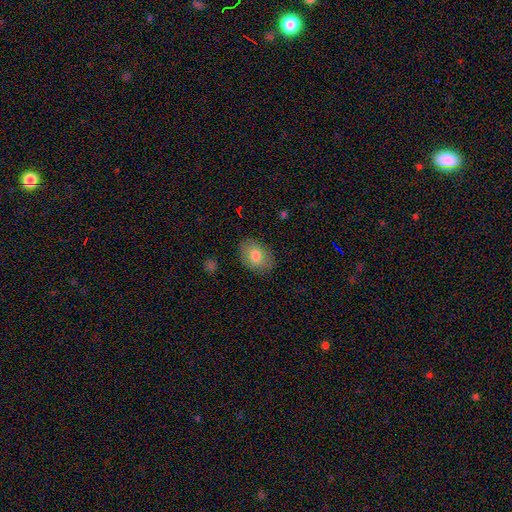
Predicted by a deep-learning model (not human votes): Smooth or featured?
  - smooth: 79% *
  - featured or disk: 13%
  - star or artifact: 8%
How rounded?
  - in between: 77% *
  - round: 22%
  - cigar-shaped: 1%
Merging?
  - none: 86% *
  - minor disturbance: 11%
  - major disturbance: 3%
  - merger: 1%